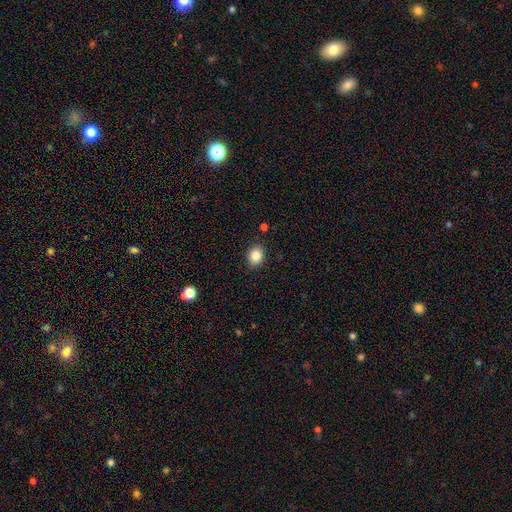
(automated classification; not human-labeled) A smooth galaxy with no disk features (85%) that is round (53%). Merging: none (87%).